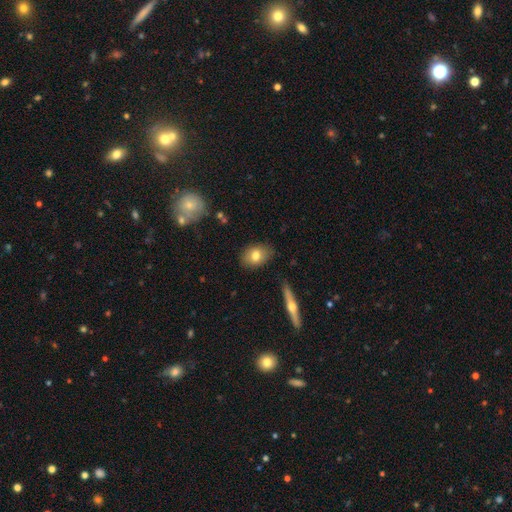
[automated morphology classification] This appears to be a smooth galaxy with no disk features (76%) that is in between round and cigar-shaped (74%). Merging: none (83%).